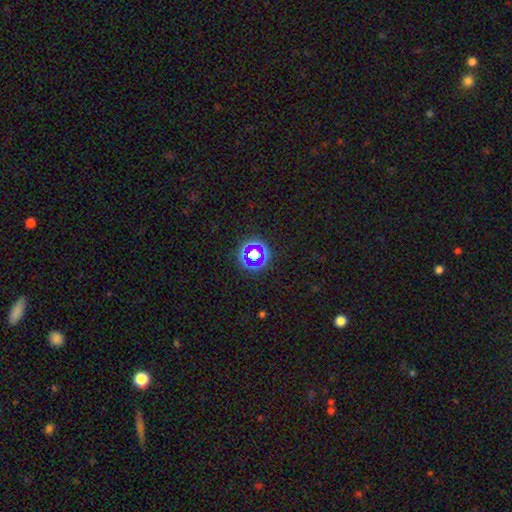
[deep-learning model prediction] Smooth or featured? star or artifact (56%)